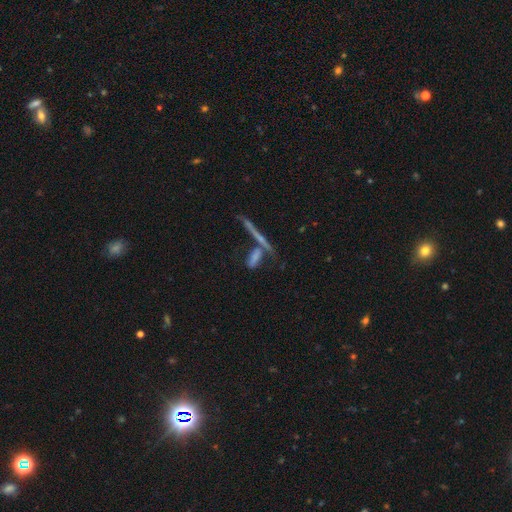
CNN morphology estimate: featured or disk 46%, smooth 35%, star or artifact 19%. Down the decision tree: merging — none (44%).